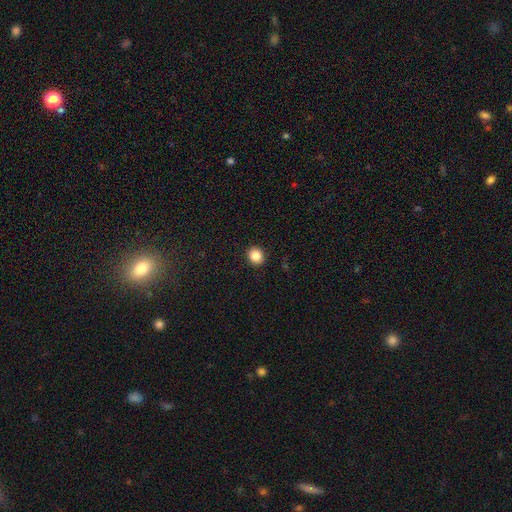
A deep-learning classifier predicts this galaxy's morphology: A smooth galaxy with no disk features (86%) that is round (73%).

Vote fractions:
- Smooth or featured? smooth: 86% / star or artifact: 10% / featured or disk: 5%
- How rounded? round: 73% / in between: 26% / cigar-shaped: 1%
- Merging? none: 92% / minor disturbance: 5% / major disturbance: 2% / merger: 1%